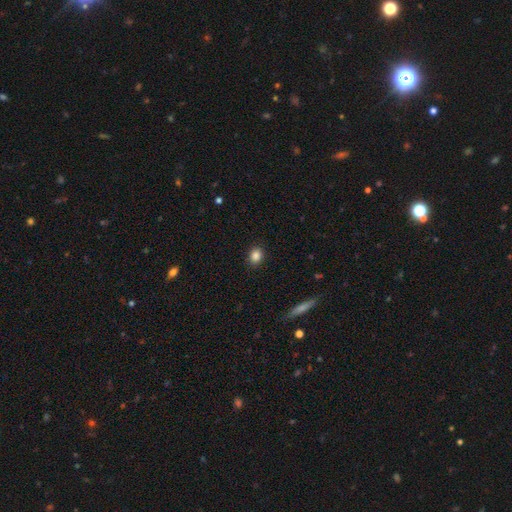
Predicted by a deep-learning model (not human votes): A smooth galaxy with no disk features (86%) that is round (50%).

Vote fractions:
- Smooth or featured? smooth: 86% / star or artifact: 10% / featured or disk: 4%
- How rounded? round: 50% / in between: 48% / cigar-shaped: 1%
- Merging? none: 89% / minor disturbance: 8% / major disturbance: 2% / merger: 1%